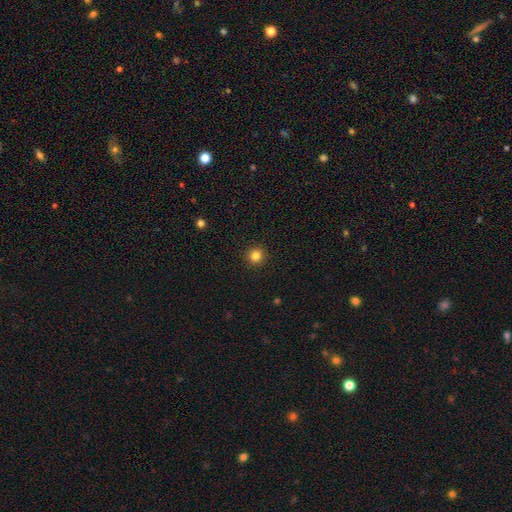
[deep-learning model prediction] Smooth or featured: smooth — 83% (star or artifact — 12%)
How rounded: round — 95% (in between — 4%)
Merging: none — 93% (minor disturbance — 4%)